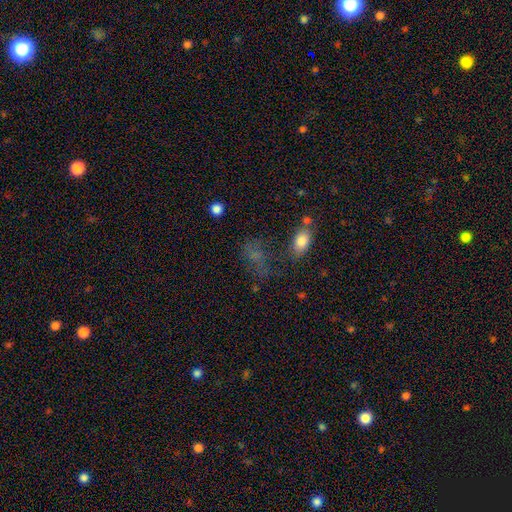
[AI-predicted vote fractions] This is possibly a smooth galaxy (58%). How rounded: likely in between (79%). Merging: marginally none (45%).